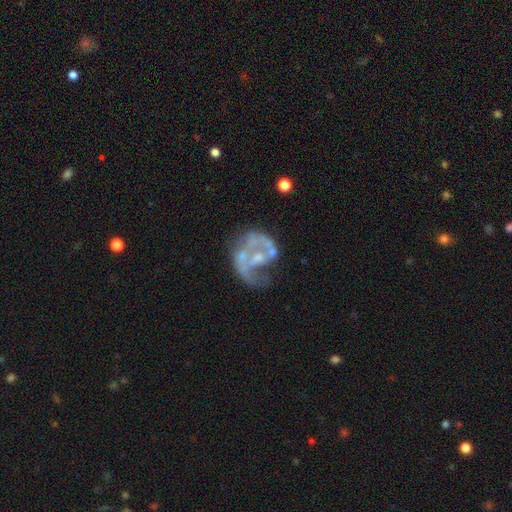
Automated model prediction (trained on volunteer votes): Smooth or featured?
  - featured or disk: 76% *
  - smooth: 15%
  - star or artifact: 9%
Edge-on disk?
  - no: 98% *
  - yes: 2%
Bar?
  - no: 73% *
  - weak: 21%
  - strong: 5%
Spiral arms?
  - no: 50% * (tied)
  - yes: 50% * (tied)
Bulge size?
  - small: 36% *
  - none: 35%
  - moderate: 25%
  - large: 2%
  - dominant: 1%
Merging?
  - none: 35% *
  - major disturbance: 34%
  - minor disturbance: 18%
  - merger: 13%